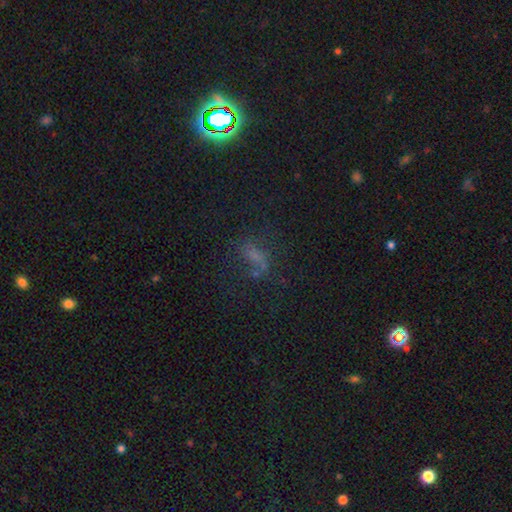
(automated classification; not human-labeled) This is marginally a smooth galaxy (44%). Merging: possibly none (46%).